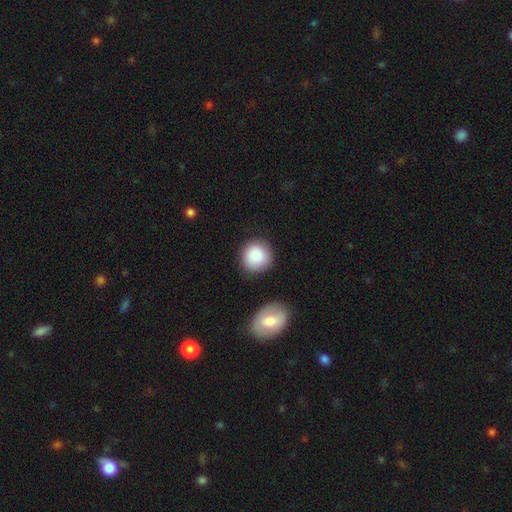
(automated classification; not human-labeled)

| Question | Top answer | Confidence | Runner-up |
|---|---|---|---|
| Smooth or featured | smooth | 88% | star or artifact (7%) |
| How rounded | round | 91% | in between (8%) |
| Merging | none | 84% | minor disturbance (9%) |